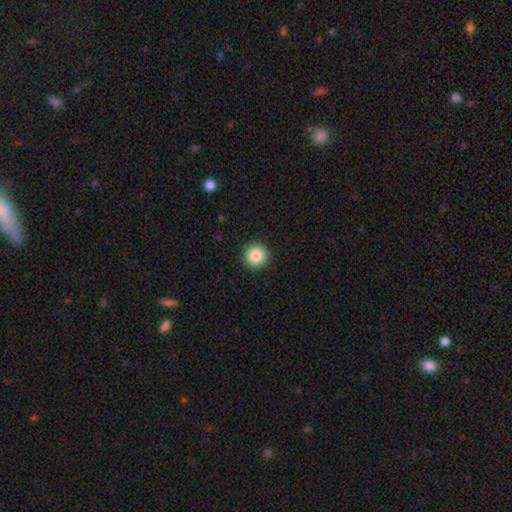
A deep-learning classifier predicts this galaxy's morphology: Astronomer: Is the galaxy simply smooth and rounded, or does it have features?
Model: smooth — 85%.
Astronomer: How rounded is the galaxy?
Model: round — 95%.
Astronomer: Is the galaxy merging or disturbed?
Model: none — 92%.